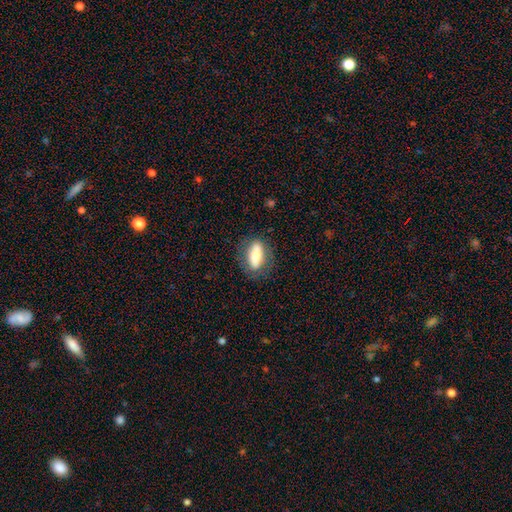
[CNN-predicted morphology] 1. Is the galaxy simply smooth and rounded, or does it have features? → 75% smooth, 18% featured or disk, 7% star or artifact.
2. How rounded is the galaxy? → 67% in between, 29% cigar-shaped, 4% round.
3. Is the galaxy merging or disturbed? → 80% none, 14% minor disturbance, 5% major disturbance, 1% merger.